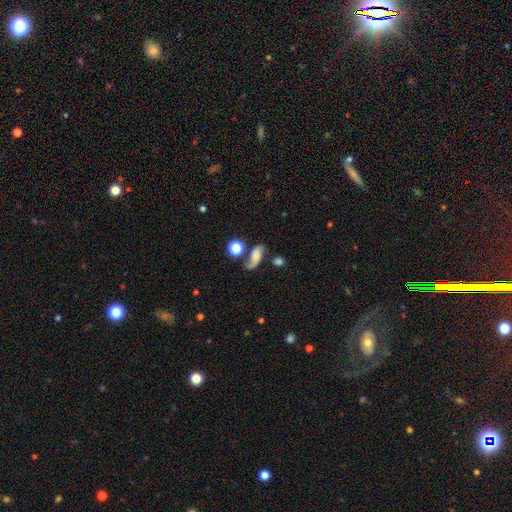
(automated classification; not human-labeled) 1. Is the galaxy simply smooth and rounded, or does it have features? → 48% featured or disk, 40% smooth, 12% star or artifact.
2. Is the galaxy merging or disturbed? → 54% none, 22% minor disturbance, 12% major disturbance, 12% merger.